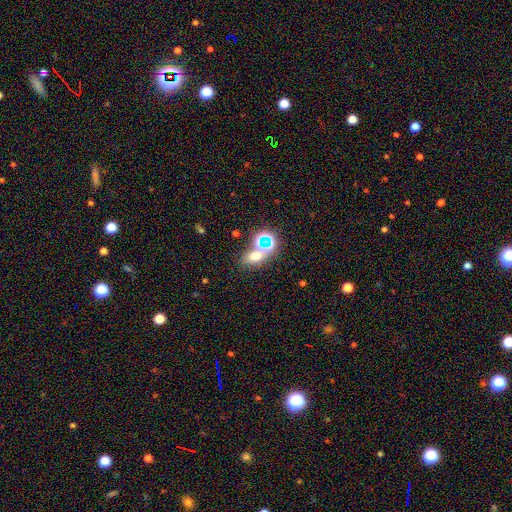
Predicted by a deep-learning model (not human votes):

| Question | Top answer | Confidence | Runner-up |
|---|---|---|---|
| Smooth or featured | smooth | 53% | star or artifact (36%) |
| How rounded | in between | 64% | round (33%) |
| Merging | none | 60% | merger (25%) |